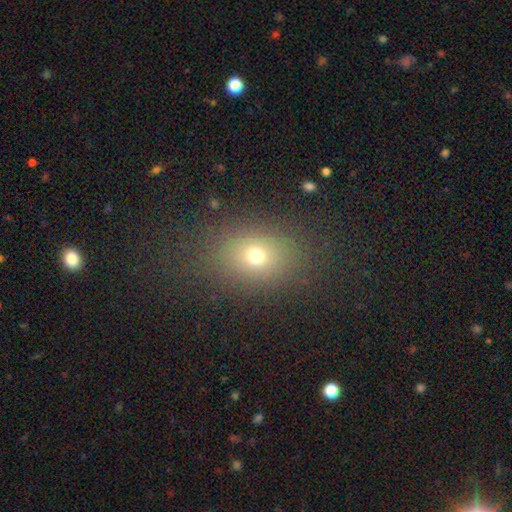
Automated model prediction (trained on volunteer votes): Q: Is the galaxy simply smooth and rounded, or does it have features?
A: smooth — 69%.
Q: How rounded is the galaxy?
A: in between — 56%.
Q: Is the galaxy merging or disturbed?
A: none — 81%.